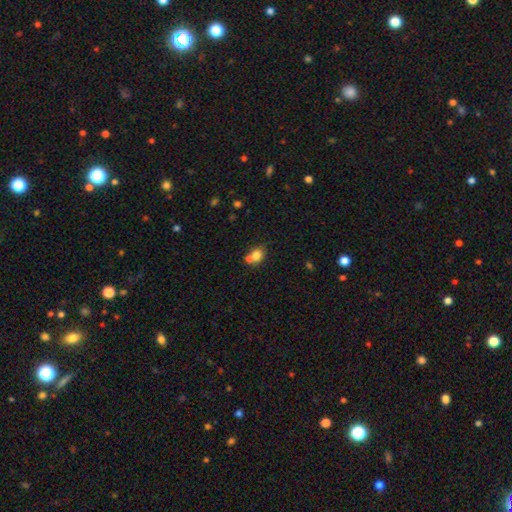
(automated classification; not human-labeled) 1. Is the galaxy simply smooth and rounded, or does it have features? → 78% smooth, 12% featured or disk, 10% star or artifact.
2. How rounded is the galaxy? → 58% round, 41% in between, 1% cigar-shaped.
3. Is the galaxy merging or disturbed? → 45% merger, 40% none, 11% minor disturbance, 4% major disturbance.